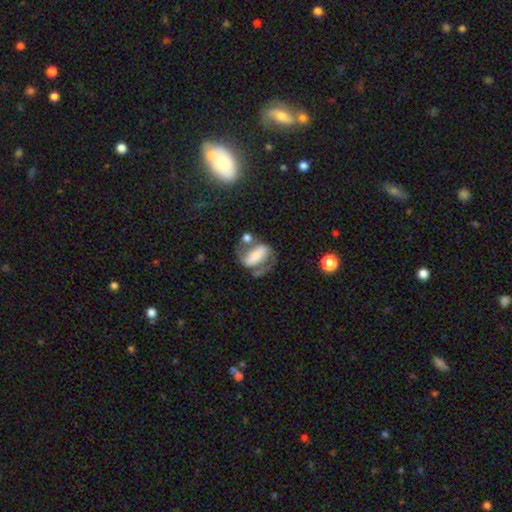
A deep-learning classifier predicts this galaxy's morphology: smooth-or-featured: featured or disk: 66% | smooth: 26% | star or artifact: 8%
  disk-edge-on: no: 94% | yes: 6%
    bar: strong: 63% | weak: 20% | no: 17%
    has-spiral-arms: yes: 77% | no: 23%
    bulge-size: small: 31% | moderate: 28% | large: 19% | none: 16% | dominant: 6%
  merging: none: 46% | major disturbance: 20% | minor disturbance: 19% | merger: 15%